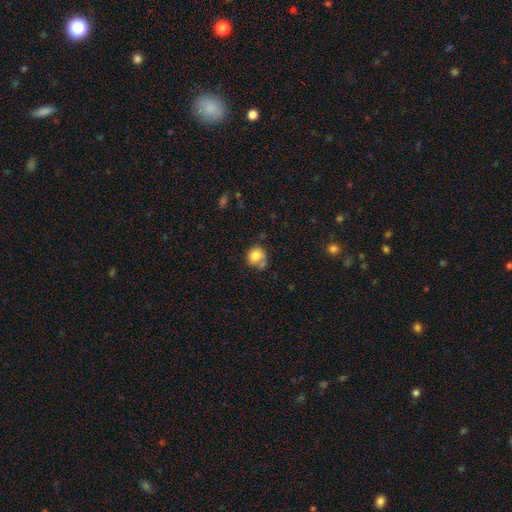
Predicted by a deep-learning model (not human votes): smooth 79%, featured or disk 12%, star or artifact 9%. Down the decision tree: how rounded — round (76%); merging — none (51%).